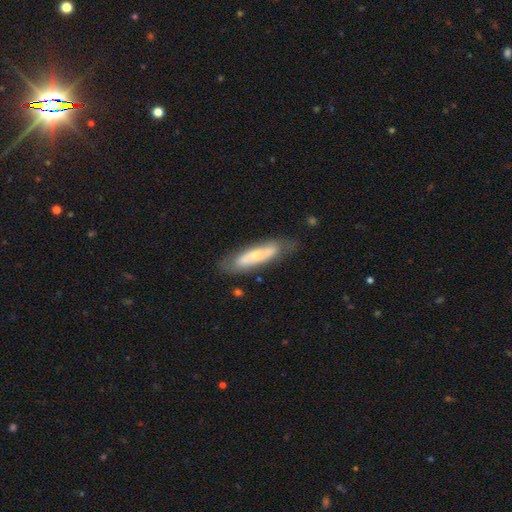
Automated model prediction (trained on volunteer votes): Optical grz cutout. It shows a featured or disk galaxy (51%). Merging: none (73%).